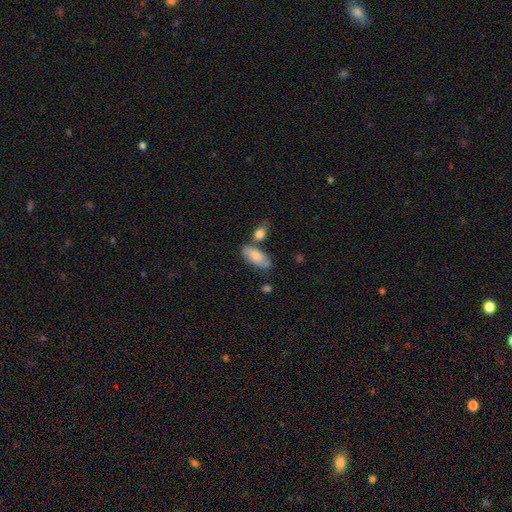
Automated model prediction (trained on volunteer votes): Overall: smooth (76%). How rounded: in between (87%). Merging: none (61%).